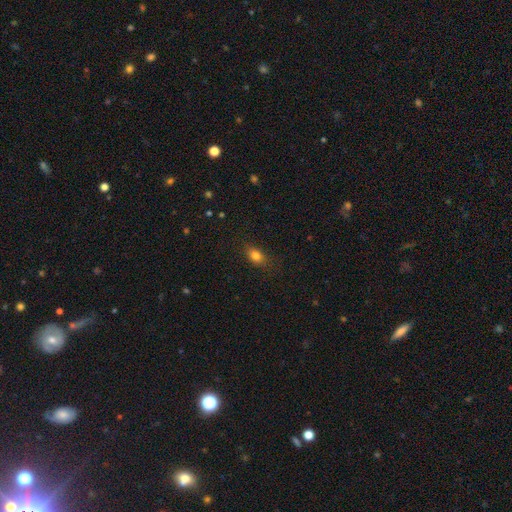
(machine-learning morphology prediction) type=smooth (81%); roundness=in between (73%); merging=none (81%).